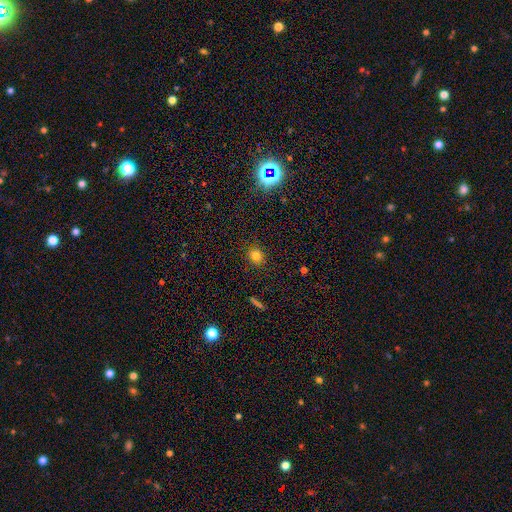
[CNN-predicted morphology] Smooth or featured: smooth — 79% (star or artifact — 15%)
How rounded: round — 83% (in between — 16%)
Merging: none — 88% (minor disturbance — 8%)